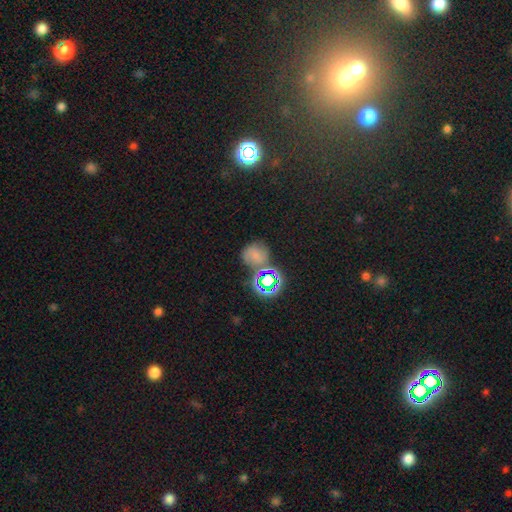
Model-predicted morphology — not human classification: Smooth or featured: smooth — 54% (star or artifact — 30%)
How rounded: round — 78% (in between — 21%)
Merging: none — 56% (merger — 21%)